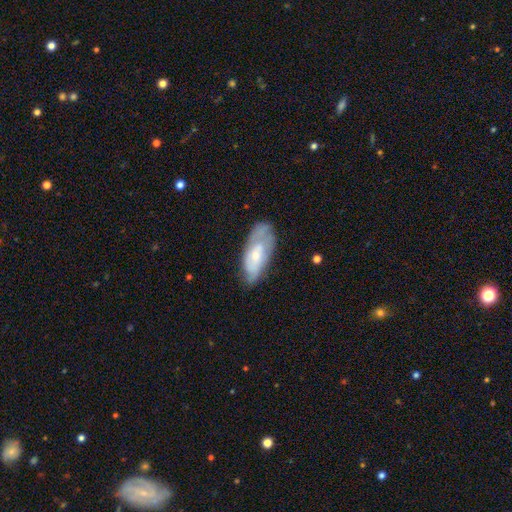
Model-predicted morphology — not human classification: The model was most divided on "smooth or featured": featured or disk: 57%, smooth: 36%, star or artifact: 7%. More confident: edge-on disk — no (88%); bar — no (73%); spiral arms — yes (69%); merging — none (62%); bulge size — small (59%).